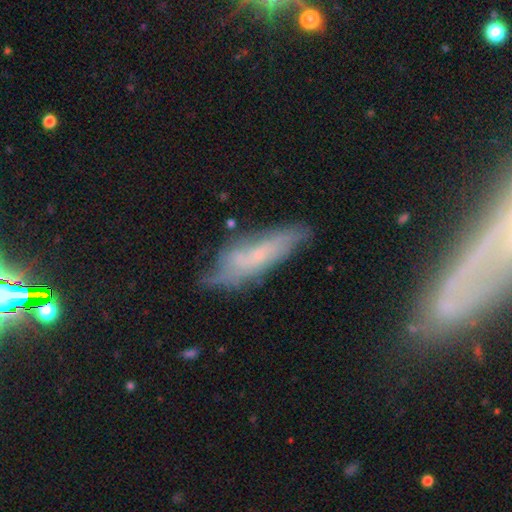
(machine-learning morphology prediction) This is possibly a featured or disk galaxy (49%). Merging: possibly none (53%).